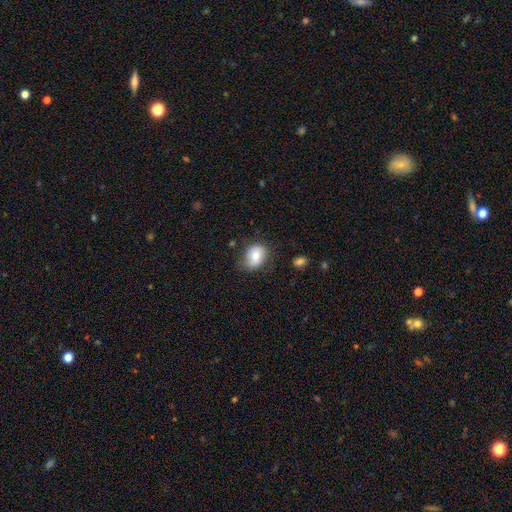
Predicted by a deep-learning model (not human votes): Smooth or featured: smooth — 73% (featured or disk — 19%)
How rounded: in between — 62% (round — 37%)
Merging: none — 62% (minor disturbance — 29%)